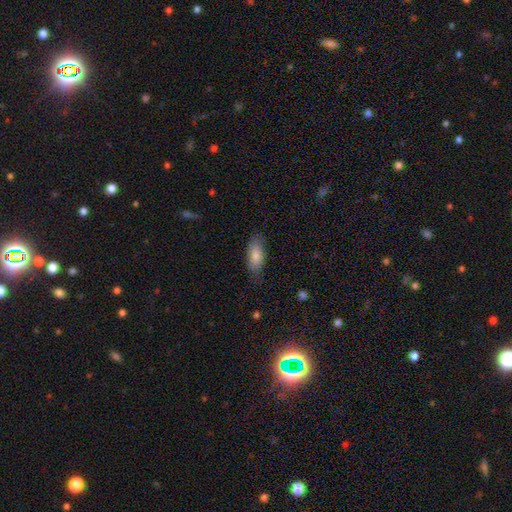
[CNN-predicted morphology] This appears to be a smooth galaxy with no disk features (84%) that is in between round and cigar-shaped (84%). Merging: none (78%).